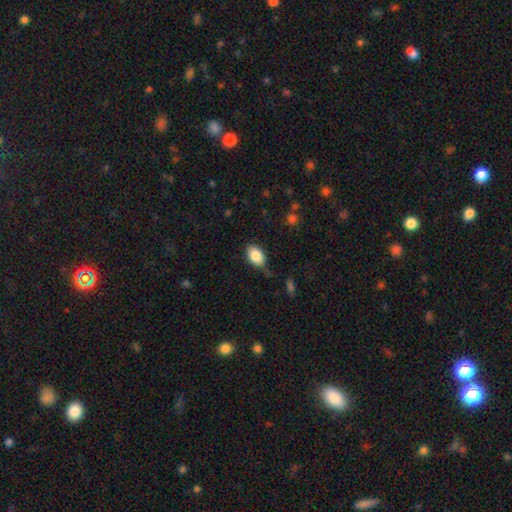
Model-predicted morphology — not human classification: Q: Smooth or featured?
A: smooth (85%); runner-up: featured or disk (8%)
Q: How rounded?
A: in between (87%); runner-up: round (11%)
Q: Merging?
A: none (72%); runner-up: minor disturbance (21%)